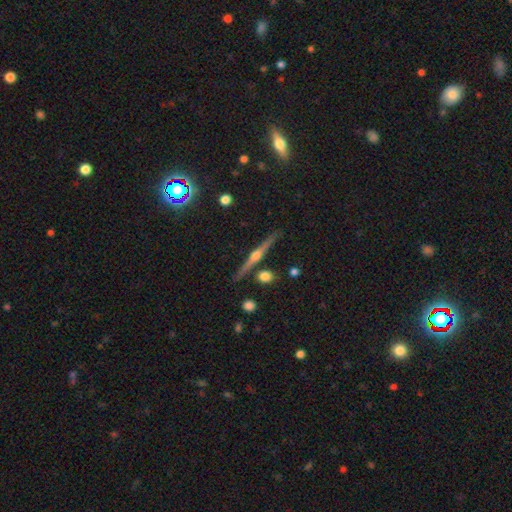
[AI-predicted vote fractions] Smooth or featured?
  - featured or disk: 81% *
  - smooth: 13%
  - star or artifact: 7%
Edge-on disk?
  - yes: 98% *
  - no: 2%
Edge-on bulge?
  - rounded: 94% *
  - boxy: 3%
  - none: 3%
Merging?
  - none: 86% *
  - minor disturbance: 7%
  - merger: 4%
  - major disturbance: 2%